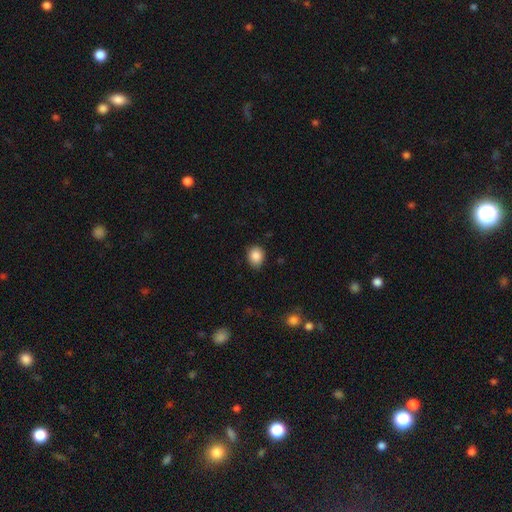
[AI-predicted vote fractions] Morphology: type=smooth (87%); roundness=round (59%); merging=none (79%).